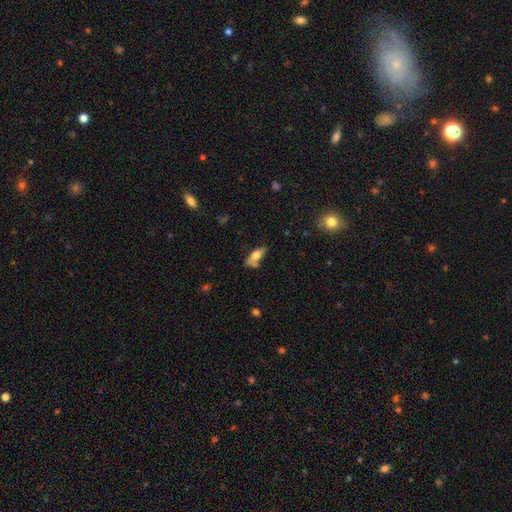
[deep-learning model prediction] This appears to be a smooth galaxy with no disk features (67%) that is in between round and cigar-shaped (81%). Merging: none (40%).